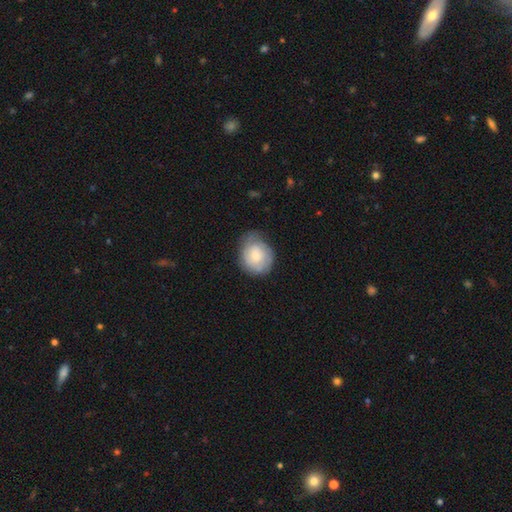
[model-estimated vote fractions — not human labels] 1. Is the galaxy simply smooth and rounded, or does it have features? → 52% smooth, 42% featured or disk, 6% star or artifact.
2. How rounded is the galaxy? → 64% round, 35% in between, 1% cigar-shaped.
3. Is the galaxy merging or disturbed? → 62% none, 28% minor disturbance, 8% major disturbance, 1% merger.